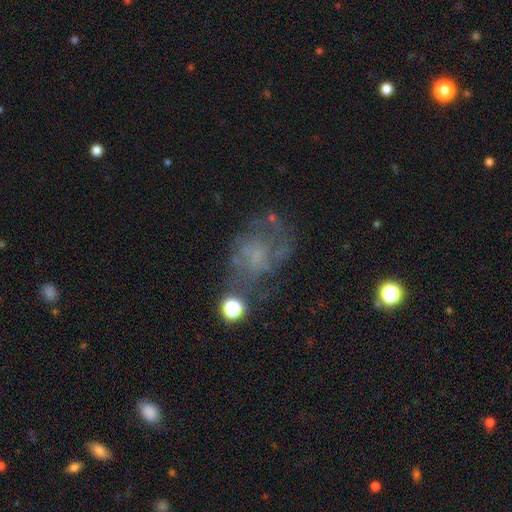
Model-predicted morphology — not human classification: smooth-or-featured: featured or disk: 56% | smooth: 26% | star or artifact: 19%
  disk-edge-on: no: 97% | yes: 3%
    bar: no: 82% | weak: 15% | strong: 3%
    has-spiral-arms: yes: 50% (tied) | no: 50% (tied)
    bulge-size: none: 66% | small: 18% | moderate: 10% | large: 4% | dominant: 1%
  merging: none: 48% | major disturbance: 26% | minor disturbance: 20% | merger: 6%